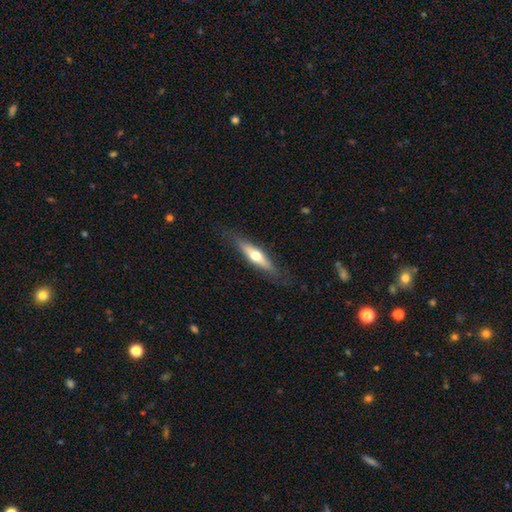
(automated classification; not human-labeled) Q: Smooth or featured?
A: featured or disk (48%); runner-up: smooth (46%)
Q: Merging?
A: none (83%); runner-up: minor disturbance (12%)